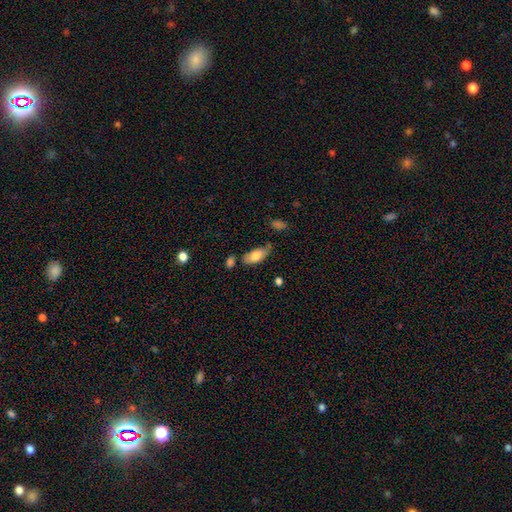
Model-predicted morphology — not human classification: smooth 77%, featured or disk 16%, star or artifact 6%. Down the decision tree: how rounded — in between (88%); merging — none (65%).